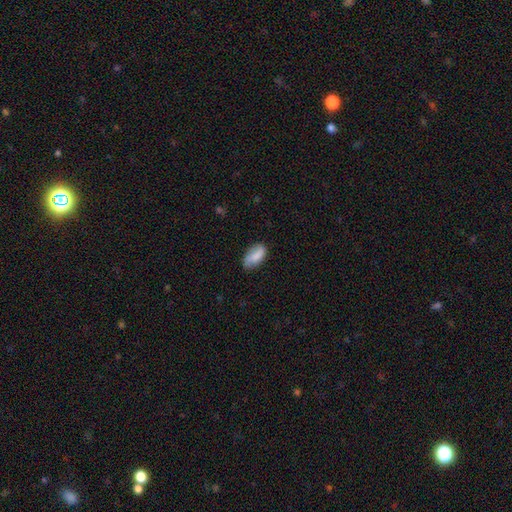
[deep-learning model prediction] Smooth or featured? smooth (78%)
How rounded? in between (91%)
Merging? none (67%)